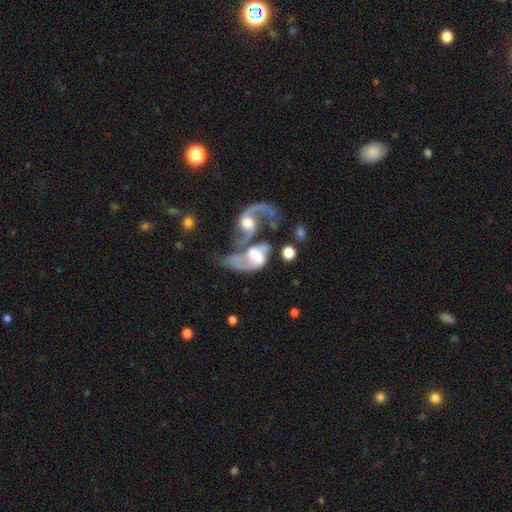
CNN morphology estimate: Overall: featured or disk (71%). Edge-on disk: no (95%). Bar: no (41%; weak 38%). Spiral arms: yes (79%). Spiral arm count: 2 (63%). Spiral winding: loose (66%). Bulge size: moderate (39%; large 27%). Merging: merger (68%).